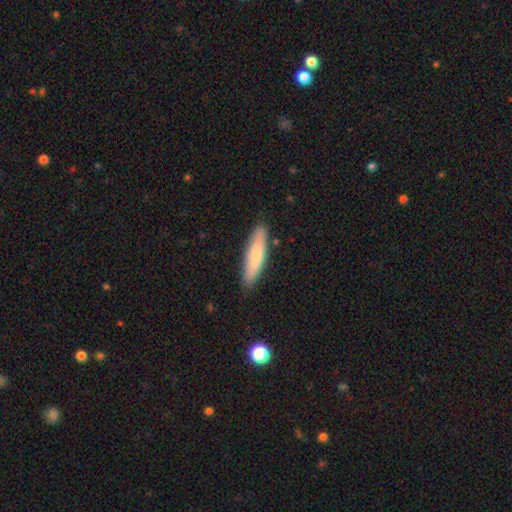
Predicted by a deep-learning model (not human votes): smooth 77%, featured or disk 17%, star or artifact 6%. Down the decision tree: how rounded — cigar-shaped (79%); merging — none (86%).